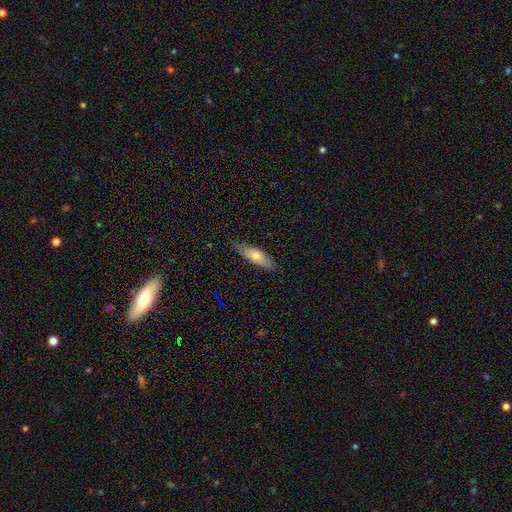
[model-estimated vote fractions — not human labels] Smooth or featured?
  - smooth: 62% *
  - featured or disk: 31%
  - star or artifact: 6%
How rounded?
  - in between: 51% *
  - cigar-shaped: 47%
  - round: 2%
Merging?
  - none: 80% *
  - minor disturbance: 16%
  - major disturbance: 3%
  - merger: 1%